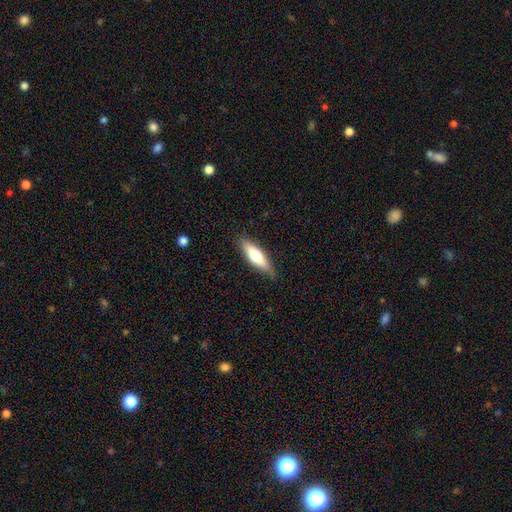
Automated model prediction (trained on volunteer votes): Q: Smooth or featured?
A: smooth (65%); runner-up: featured or disk (29%)
Q: How rounded?
A: cigar-shaped (55%); runner-up: in between (43%)
Q: Merging?
A: none (83%); runner-up: minor disturbance (14%)